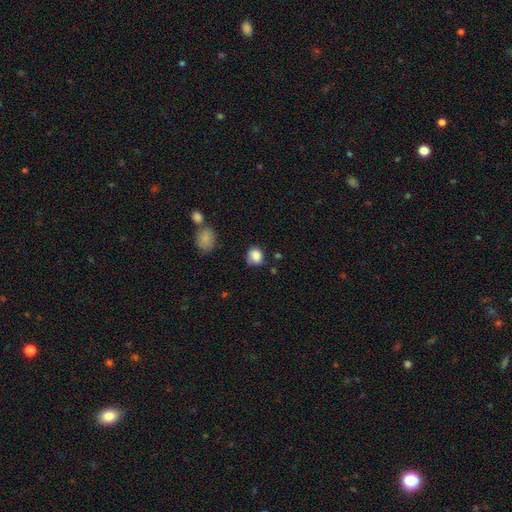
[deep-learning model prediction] The model was most divided on "merging": none: 55%, minor disturbance: 32%, major disturbance: 9%, merger: 4%. More confident: smooth or featured — smooth (84%); how rounded — round (64%).